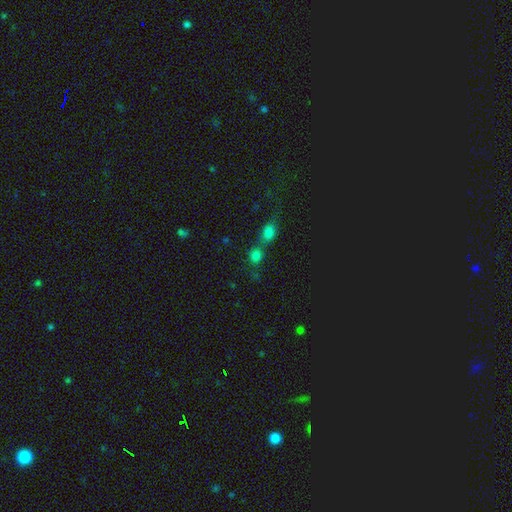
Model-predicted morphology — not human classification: Q: Smooth or featured?
A: smooth (74%); runner-up: star or artifact (18%)
Q: How rounded?
A: round (71%); runner-up: in between (27%)
Q: Merging?
A: merger (48%); runner-up: none (41%)